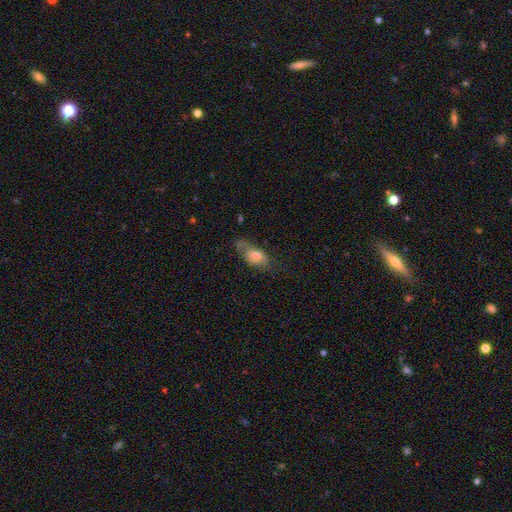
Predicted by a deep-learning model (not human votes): This is likely a smooth galaxy (70%). How rounded: clearly in between (82%). Merging: possibly none (48%).